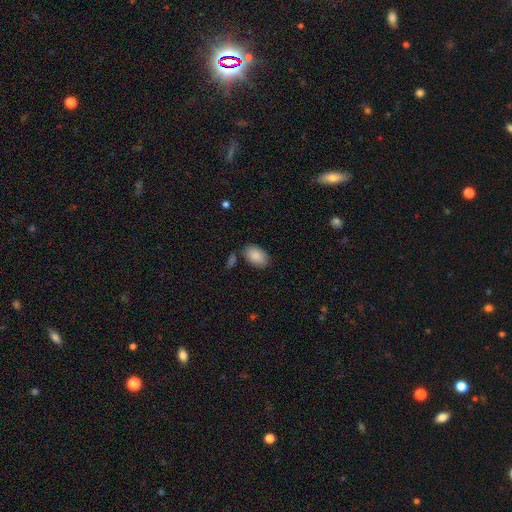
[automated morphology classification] A smooth galaxy with no disk features (89%) that is in between round and cigar-shaped (92%).

Vote fractions:
- Smooth or featured? smooth: 89% / star or artifact: 6% / featured or disk: 5%
- How rounded? in between: 92% / round: 6% / cigar-shaped: 1%
- Merging? none: 80% / minor disturbance: 12% / merger: 5% / major disturbance: 3%